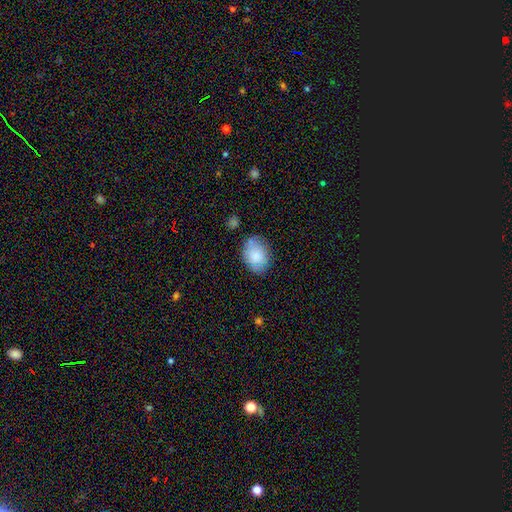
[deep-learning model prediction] smooth-or-featured: smooth: 83% | featured or disk: 10% | star or artifact: 7%
  how-rounded: in between: 76% | round: 23% | cigar-shaped: 1%
  merging: none: 74% | minor disturbance: 19% | major disturbance: 4% | merger: 3%